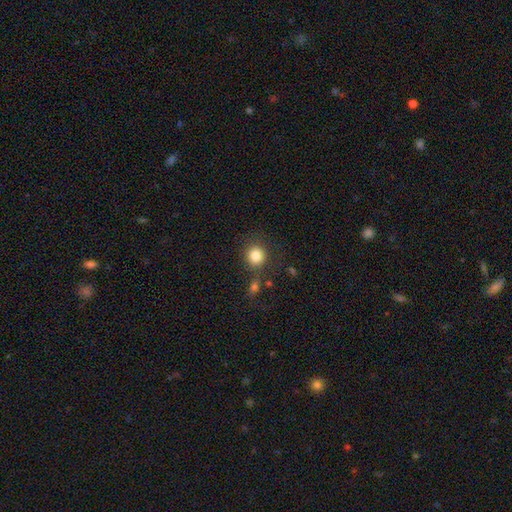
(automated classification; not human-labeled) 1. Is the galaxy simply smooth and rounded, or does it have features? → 84% smooth, 10% star or artifact, 6% featured or disk.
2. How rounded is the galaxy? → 89% round, 10% in between, 1% cigar-shaped.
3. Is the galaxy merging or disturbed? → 78% none, 10% minor disturbance, 8% merger, 4% major disturbance.